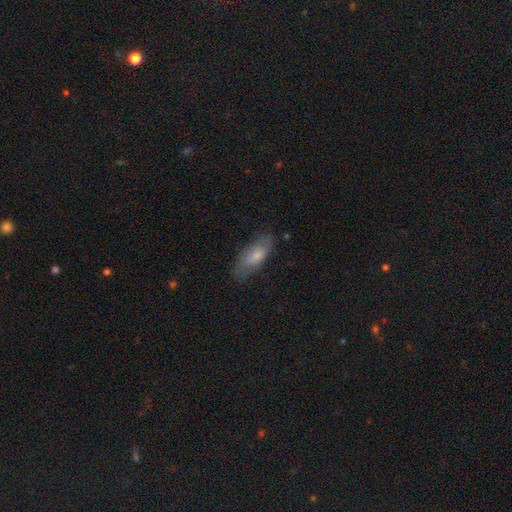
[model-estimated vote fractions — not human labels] Smooth or featured?
  - smooth: 68% *
  - featured or disk: 26%
  - star or artifact: 6%
How rounded?
  - in between: 72% *
  - cigar-shaped: 26%
  - round: 2%
Merging?
  - none: 69% *
  - minor disturbance: 22%
  - major disturbance: 7%
  - merger: 2%